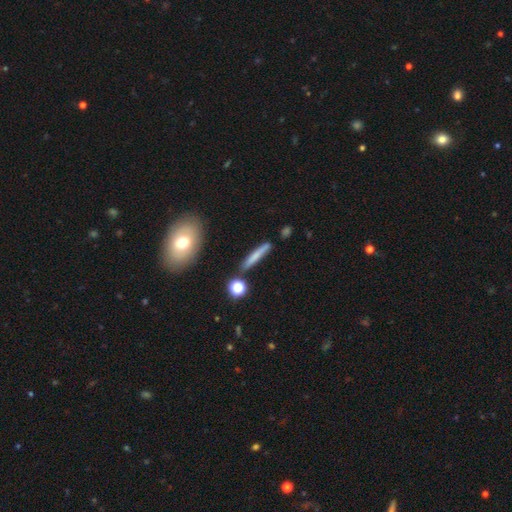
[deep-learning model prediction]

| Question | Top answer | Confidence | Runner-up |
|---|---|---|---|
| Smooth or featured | smooth | 66% | featured or disk (26%) |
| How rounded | cigar-shaped | 90% | in between (7%) |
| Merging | none | 81% | minor disturbance (11%) |